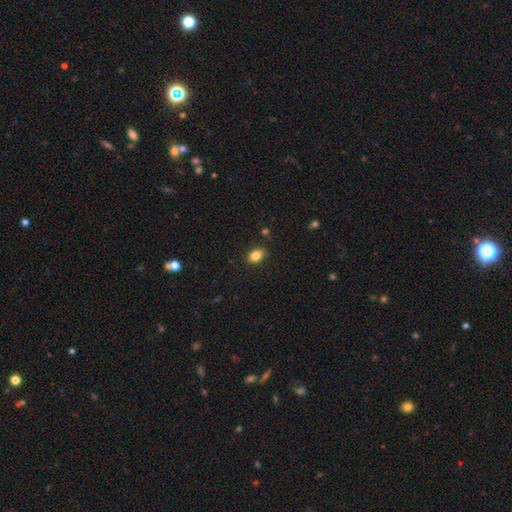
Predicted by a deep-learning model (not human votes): smooth-or-featured: smooth: 84% | star or artifact: 9% | featured or disk: 7%
  how-rounded: in between: 79% | round: 20% | cigar-shaped: 1%
  merging: none: 86% | minor disturbance: 10% | major disturbance: 2% | merger: 2%